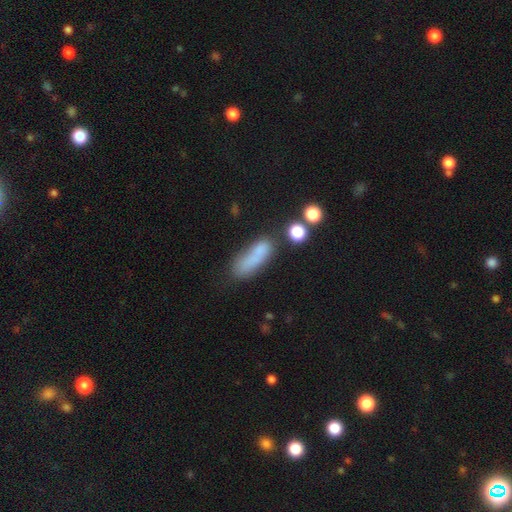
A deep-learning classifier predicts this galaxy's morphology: Q: Smooth or featured?
A: smooth (73%); runner-up: featured or disk (16%)
Q: How rounded?
A: in between (51%); runner-up: cigar-shaped (45%)
Q: Merging?
A: none (46%); runner-up: minor disturbance (24%)